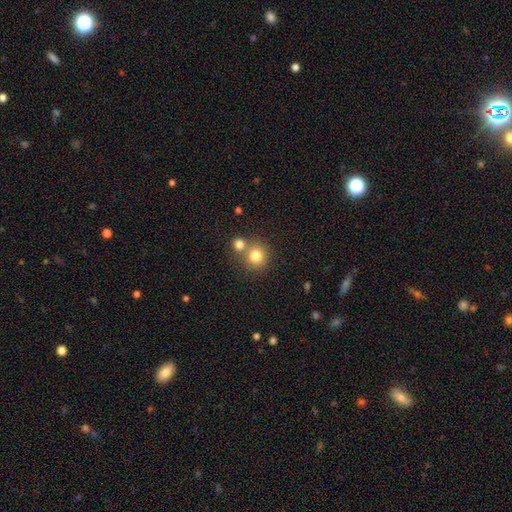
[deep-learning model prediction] A smooth galaxy with no disk features (79%) that is round (89%). Merging: none (58%).